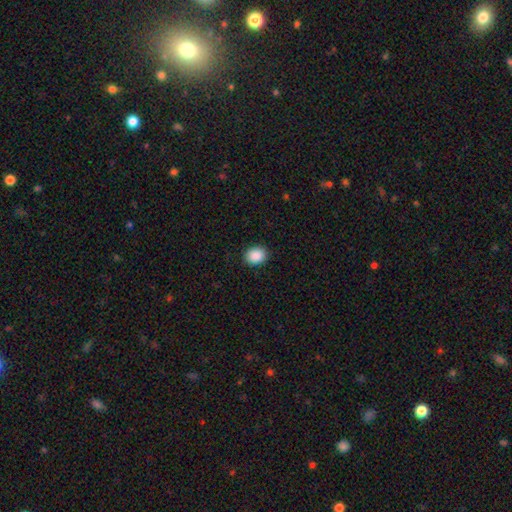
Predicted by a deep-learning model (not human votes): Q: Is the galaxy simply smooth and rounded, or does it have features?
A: smooth — 89%.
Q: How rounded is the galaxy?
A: round — 51%.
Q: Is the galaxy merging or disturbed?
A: none — 90%.